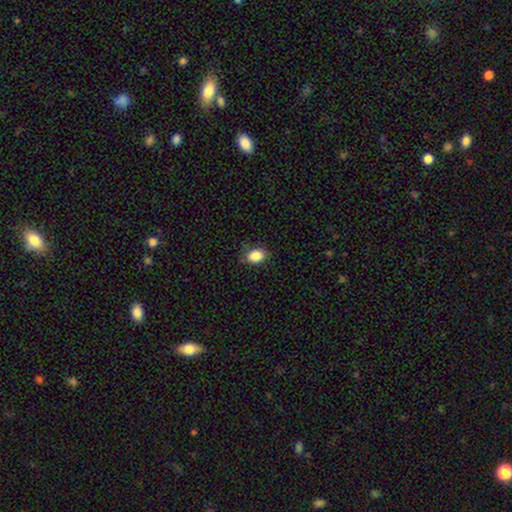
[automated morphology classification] A smooth galaxy with no disk features (86%) that is in between round and cigar-shaped (78%).

Vote fractions:
- Smooth or featured? smooth: 86% / star or artifact: 9% / featured or disk: 5%
- How rounded? in between: 78% / round: 21% / cigar-shaped: 1%
- Merging? none: 82% / minor disturbance: 14% / major disturbance: 3% / merger: 1%